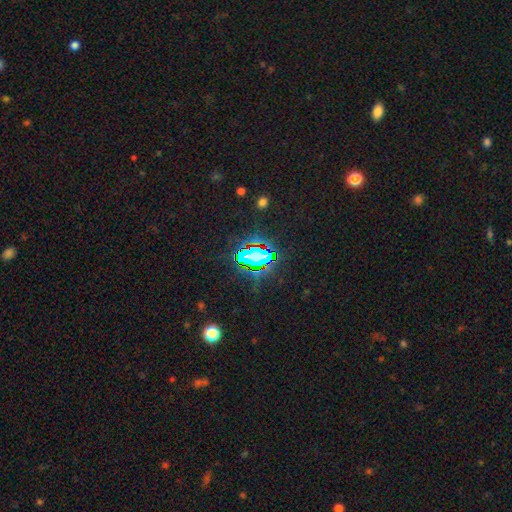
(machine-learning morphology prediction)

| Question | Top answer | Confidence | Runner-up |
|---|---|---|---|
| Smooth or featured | star or artifact | 70% | smooth (19%) |